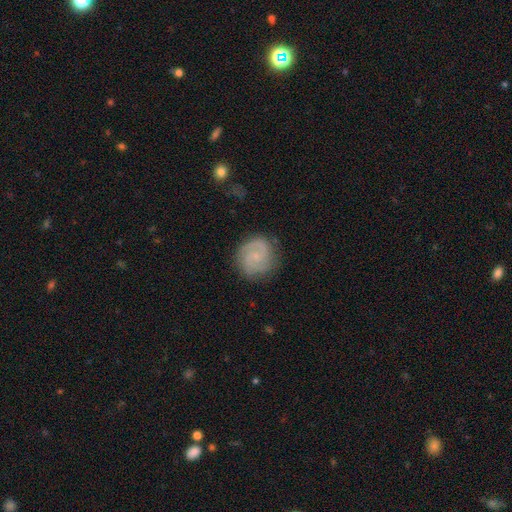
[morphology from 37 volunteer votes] featured or disk 86%, smooth 14%, star or artifact 0%. Down the decision tree: edge-on disk — no (97%); bar — no (61%); spiral arms — yes (100%); spiral arm count — 2 (74%); spiral winding — medium (55%); bulge size — small (68%); merging — none (81%).